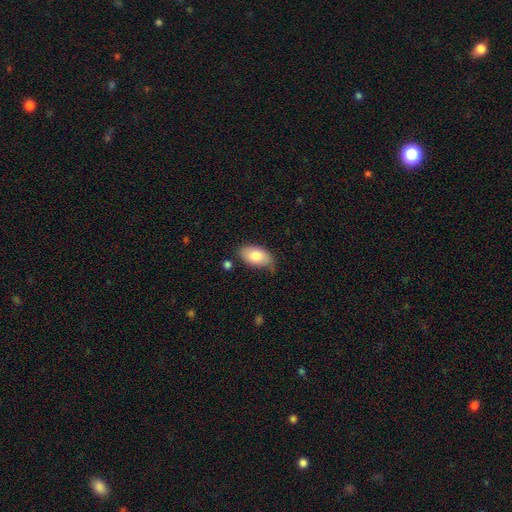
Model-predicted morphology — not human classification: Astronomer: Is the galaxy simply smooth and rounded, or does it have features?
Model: smooth — 81%.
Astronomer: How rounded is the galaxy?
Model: in between — 94%.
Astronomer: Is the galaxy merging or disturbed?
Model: none — 69%.